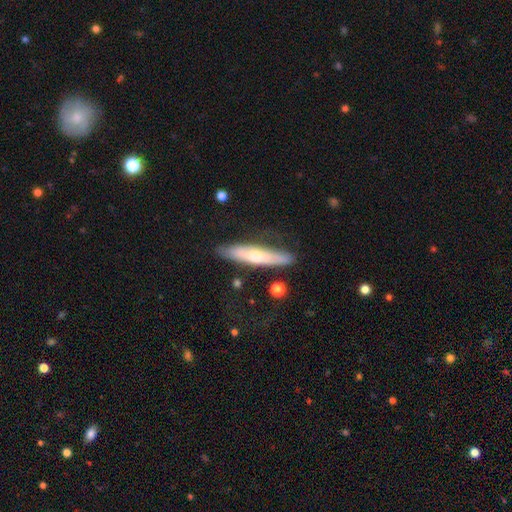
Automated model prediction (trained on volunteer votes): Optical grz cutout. It shows a featured or disk galaxy (48%). Merging: none (77%).